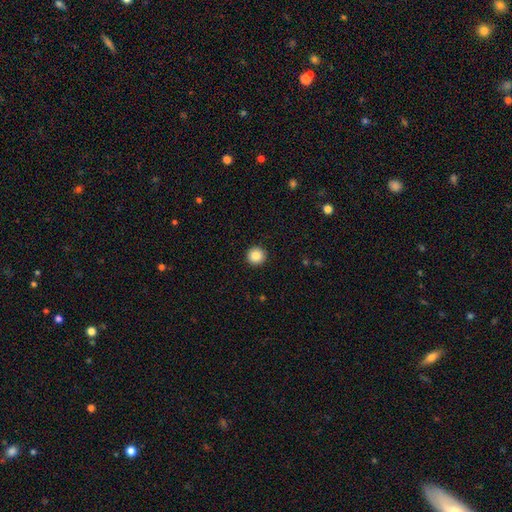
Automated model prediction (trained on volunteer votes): Smooth or featured?
  - smooth: 88% *
  - star or artifact: 9%
  - featured or disk: 4%
How rounded?
  - round: 96% *
  - in between: 3%
  - cigar-shaped: 1%
Merging?
  - none: 93% *
  - minor disturbance: 4%
  - major disturbance: 2%
  - merger: 1%